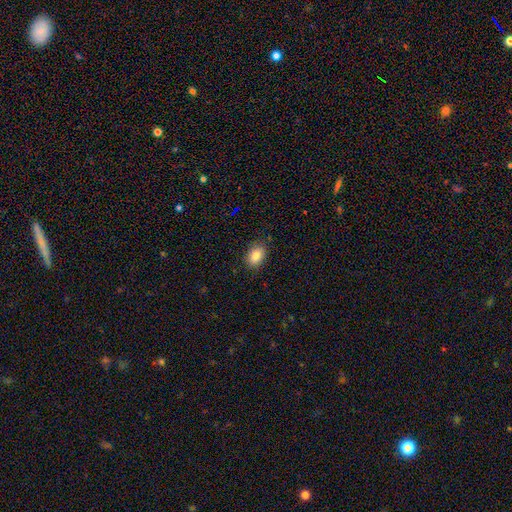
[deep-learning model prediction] This appears to be a smooth galaxy with no disk features (86%) that is in between round and cigar-shaped (83%). Merging: none (85%).